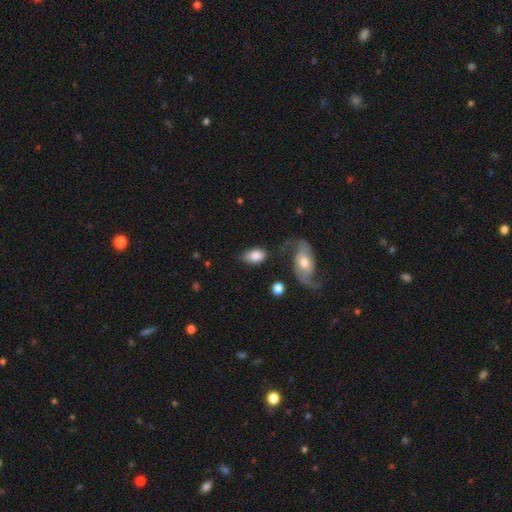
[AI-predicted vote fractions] smooth_or_featured: smooth (p=0.78) [alt: featured or disk p=0.15]
how_rounded: in between (p=0.91) [alt: round p=0.07]
merging: none (p=0.54) [alt: minor disturbance p=0.24]